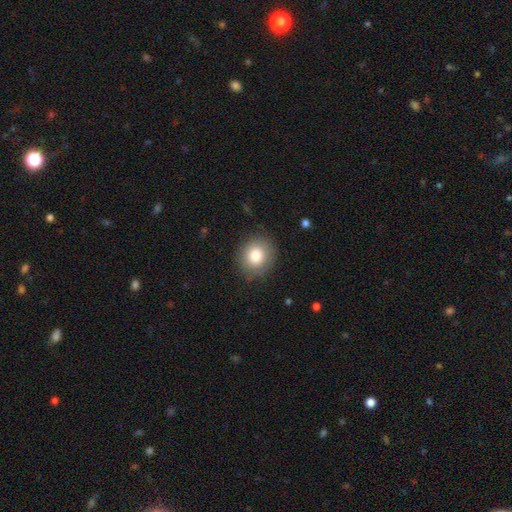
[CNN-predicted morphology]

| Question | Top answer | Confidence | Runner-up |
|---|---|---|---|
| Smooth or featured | smooth | 82% | featured or disk (9%) |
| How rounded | round | 79% | in between (20%) |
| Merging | none | 86% | minor disturbance (10%) |